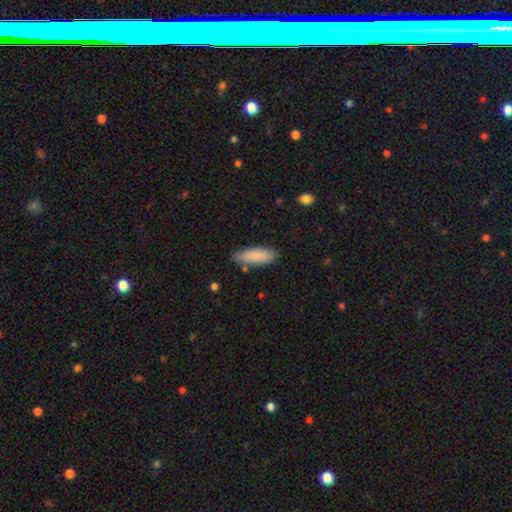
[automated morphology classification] smooth_or_featured: smooth (p=0.86) [alt: featured or disk p=0.08]
how_rounded: in between (p=0.65) [alt: cigar-shaped p=0.33]
merging: none (p=0.78) [alt: minor disturbance p=0.17]